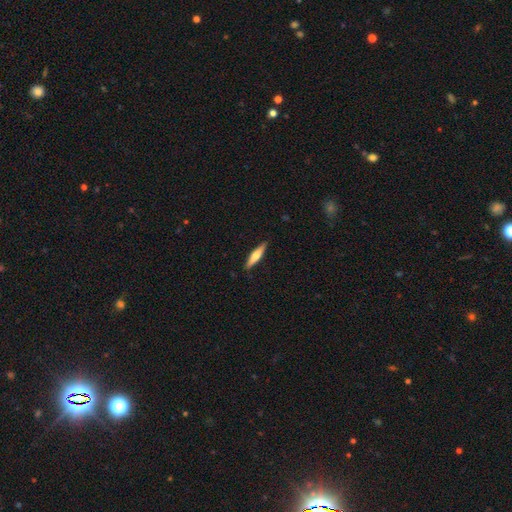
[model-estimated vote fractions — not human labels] smooth 55%, featured or disk 40%, star or artifact 5%. Down the decision tree: how rounded — cigar-shaped (84%); merging — none (88%).